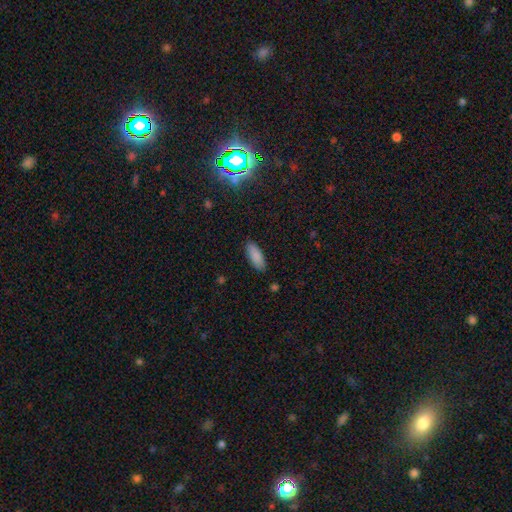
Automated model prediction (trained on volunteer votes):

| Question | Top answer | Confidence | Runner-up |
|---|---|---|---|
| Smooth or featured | smooth | 88% | star or artifact (7%) |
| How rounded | in between | 73% | cigar-shaped (26%) |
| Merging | none | 88% | minor disturbance (9%) |